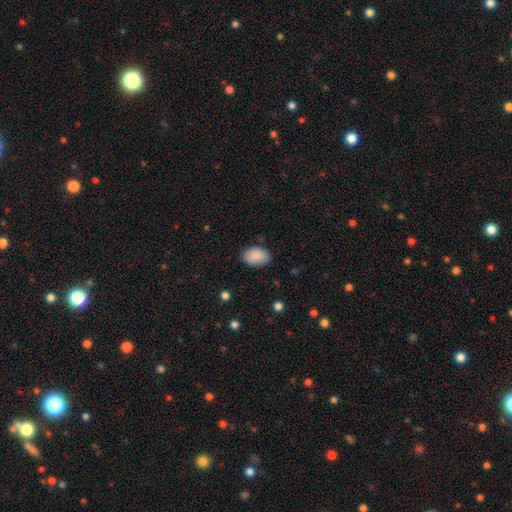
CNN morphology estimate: smooth_or_featured: smooth (p=0.88) [alt: star or artifact p=0.07]
how_rounded: in between (p=0.87) [alt: round p=0.12]
merging: none (p=0.82) [alt: minor disturbance p=0.14]